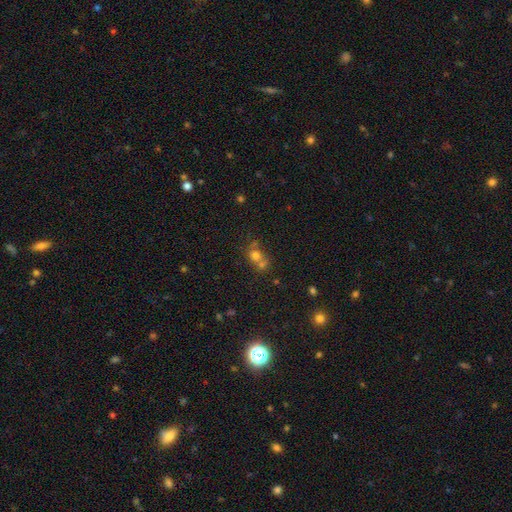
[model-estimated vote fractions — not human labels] smooth_or_featured: smooth (p=0.67) [alt: star or artifact p=0.18]
how_rounded: round (p=0.74) [alt: in between p=0.25]
merging: merger (p=0.51) [alt: none p=0.37]